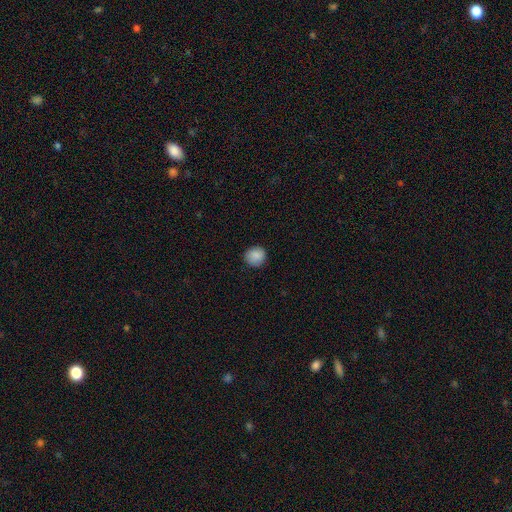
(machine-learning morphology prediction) A smooth galaxy with no disk features (88%) that is round (91%).

Vote fractions:
- Smooth or featured? smooth: 88% / star or artifact: 8% / featured or disk: 4%
- How rounded? round: 91% / in between: 8% / cigar-shaped: 1%
- Merging? none: 88% / minor disturbance: 9% / major disturbance: 2% / merger: 1%